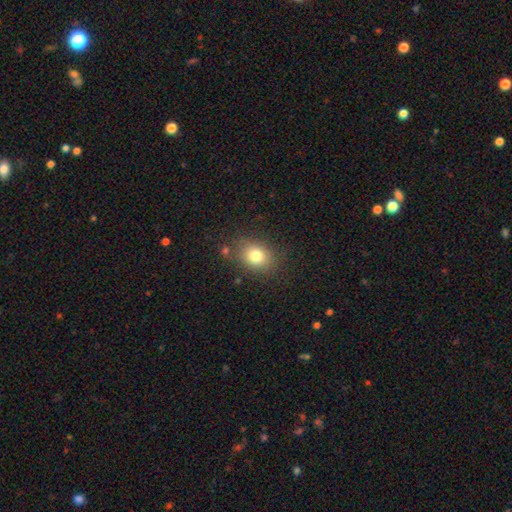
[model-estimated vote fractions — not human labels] The model was most divided on "how rounded": in between: 53%, round: 46%, cigar-shaped: 1%. More confident: merging — none (79%); smooth or featured — smooth (78%).